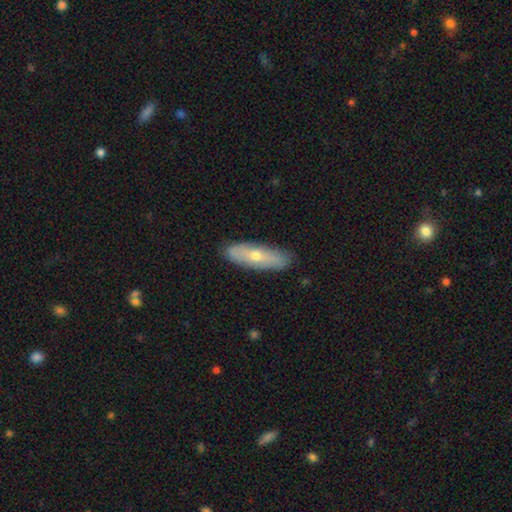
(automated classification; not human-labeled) A smooth galaxy with no disk features (55%) that is cigar-shaped (49%). Merging: none (84%).